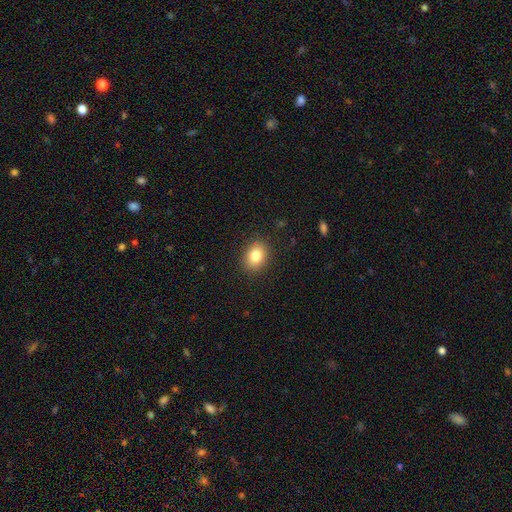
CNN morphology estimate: type=smooth (83%); roundness=in between (57%); merging=none (88%).